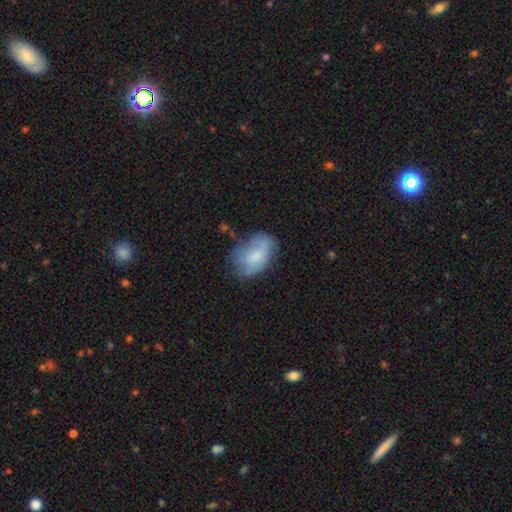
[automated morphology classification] Smooth or featured? smooth (63%)
How rounded? in between (89%)
Merging? none (50%)